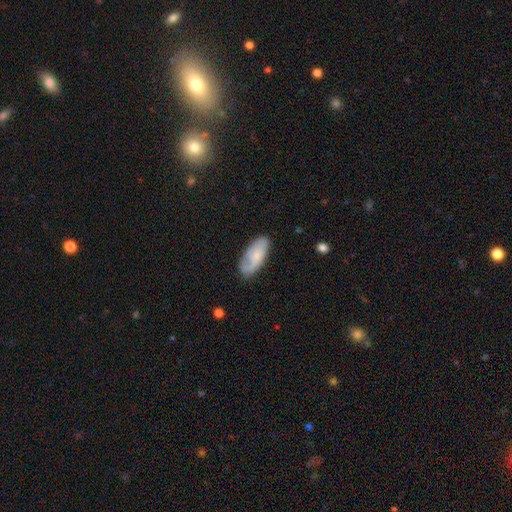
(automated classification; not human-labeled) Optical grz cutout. It shows a smooth galaxy with no disk features (48%). Merging: none (71%).